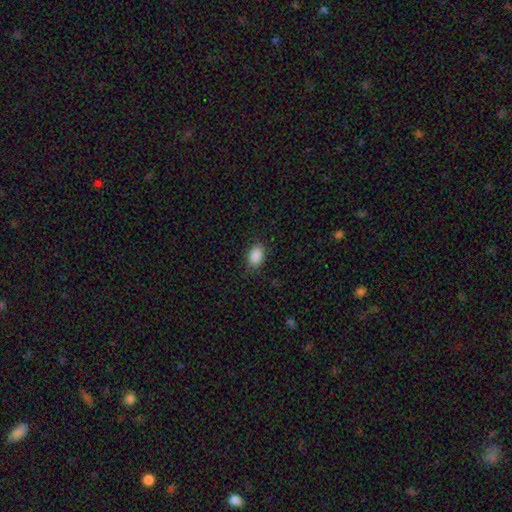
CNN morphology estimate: smooth_or_featured: smooth (p=0.89) [alt: star or artifact p=0.08]
how_rounded: in between (p=0.84) [alt: round p=0.15]
merging: none (p=0.85) [alt: minor disturbance p=0.11]